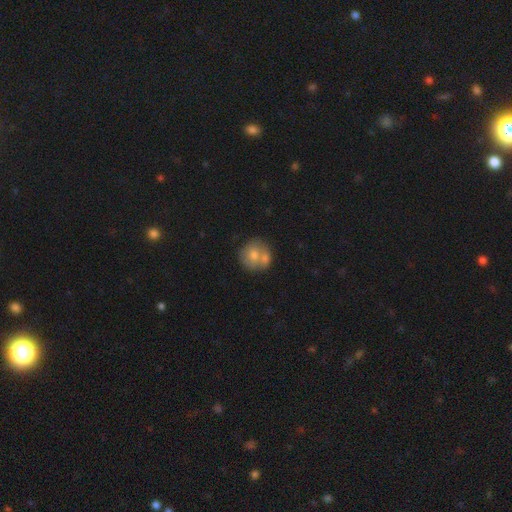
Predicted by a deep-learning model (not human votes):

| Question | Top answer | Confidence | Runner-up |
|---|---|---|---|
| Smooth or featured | smooth | 69% | featured or disk (24%) |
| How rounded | round | 86% | in between (13%) |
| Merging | merger | 45% | none (42%) |